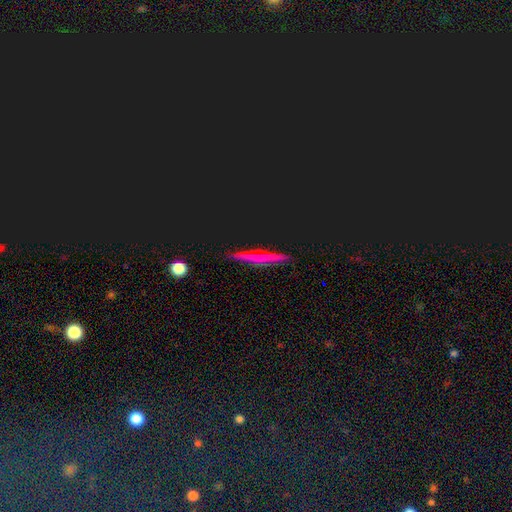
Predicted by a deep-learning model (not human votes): This appears to be a featured or disk galaxy (42%). Merging: none (90%).